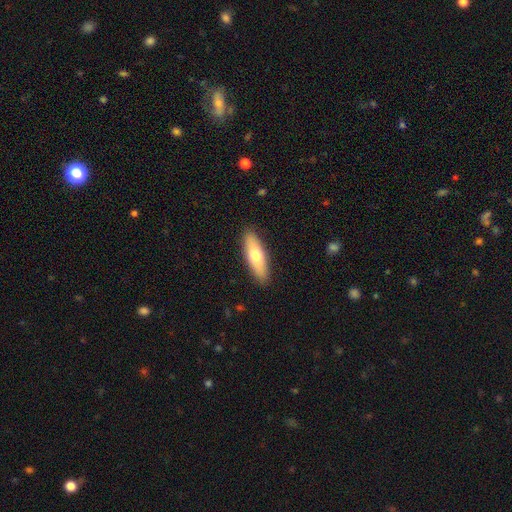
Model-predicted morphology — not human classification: A smooth galaxy with no disk features (68%) that is in between round and cigar-shaped (51%).

Vote fractions:
- Smooth or featured? smooth: 68% / featured or disk: 27% / star or artifact: 6%
- How rounded? in between: 51% / cigar-shaped: 47% / round: 2%
- Merging? none: 89% / minor disturbance: 8% / major disturbance: 2% / merger: 1%